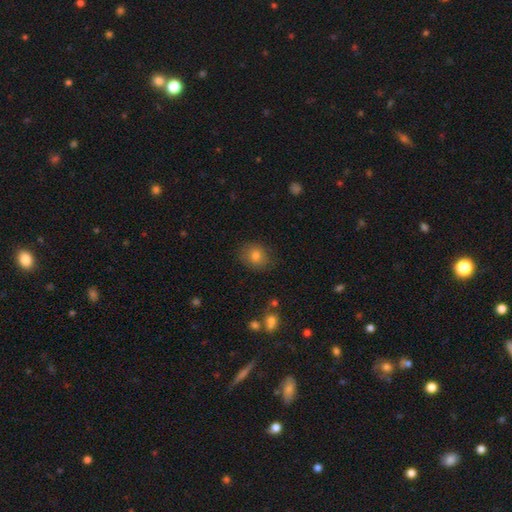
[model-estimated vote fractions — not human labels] This appears to be a smooth galaxy with no disk features (79%) that is round (66%). Merging: none (81%).